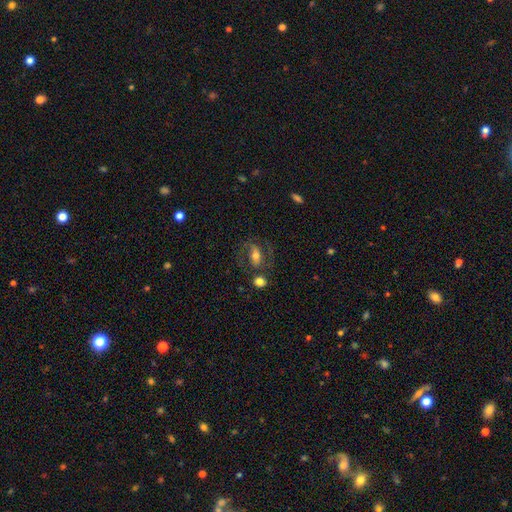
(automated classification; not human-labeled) Smooth or featured?
  - featured or disk: 46% *
  - smooth: 44%
  - star or artifact: 10%
Merging?
  - none: 60% *
  - minor disturbance: 16%
  - major disturbance: 14%
  - merger: 11%